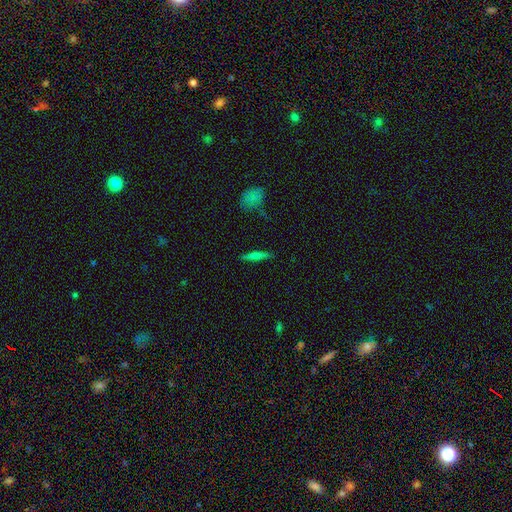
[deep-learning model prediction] Smooth or featured? Predicted: smooth (p=0.62). How rounded? Predicted: cigar-shaped (p=0.88). Merging? Predicted: none (p=0.85).